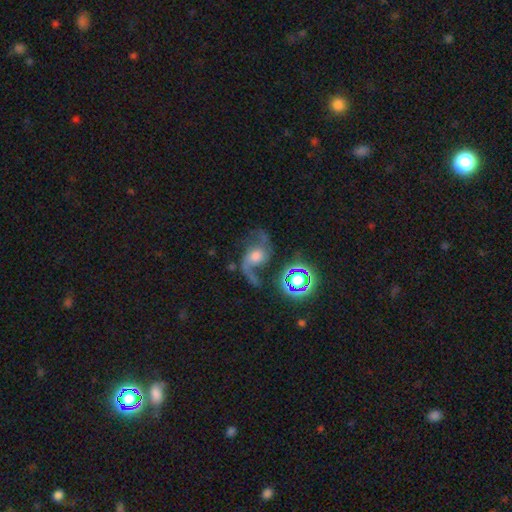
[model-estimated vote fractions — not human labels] featured or disk 80%, star or artifact 13%, smooth 7%. Down the decision tree: edge-on disk — no (97%); bar — no (59%); spiral arms — yes (96%); spiral arm count — 2 (89%); spiral winding — loose (63%); bulge size — moderate (58%); merging — none (61%).